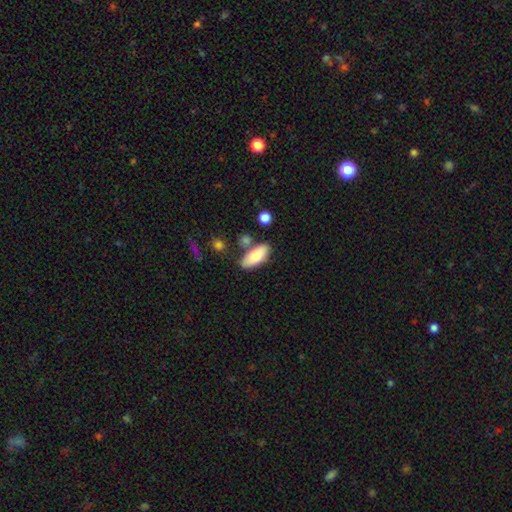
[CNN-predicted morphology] A smooth galaxy with no disk features (83%) that is in between round and cigar-shaped (82%). Merging: none (71%).